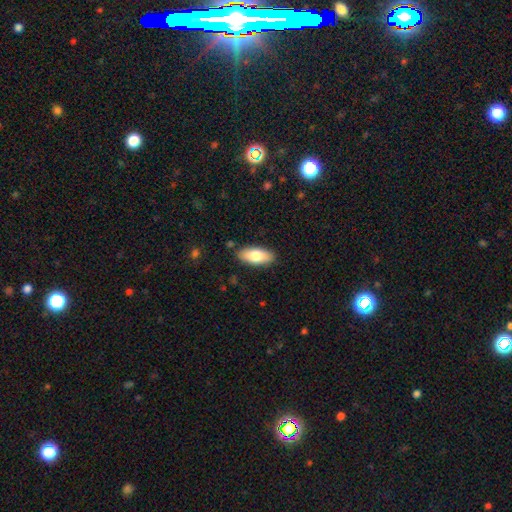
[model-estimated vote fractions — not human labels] A smooth galaxy with no disk features (77%) that is in between round and cigar-shaped (86%). Merging: none (87%).